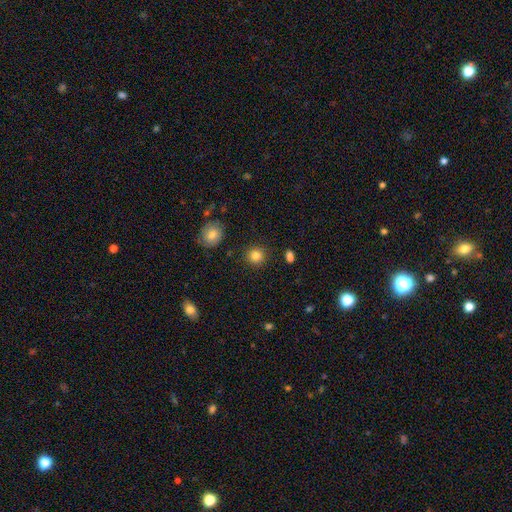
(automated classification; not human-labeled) Smooth or featured? smooth (83%)
How rounded? round (90%)
Merging? none (89%)